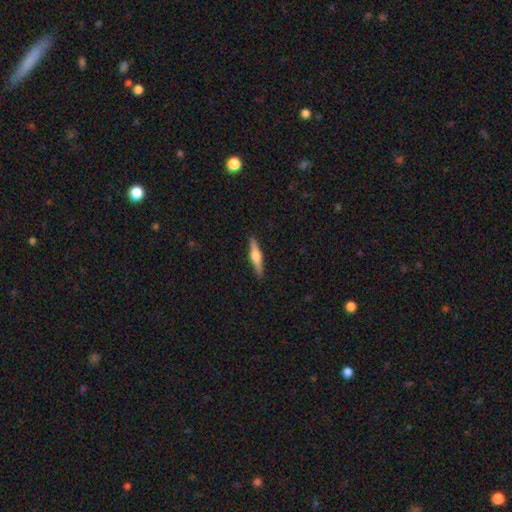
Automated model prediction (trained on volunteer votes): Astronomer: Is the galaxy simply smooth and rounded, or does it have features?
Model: featured or disk — 58% (runner-up: smooth, 37%).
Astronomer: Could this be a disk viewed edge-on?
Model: yes — 97%.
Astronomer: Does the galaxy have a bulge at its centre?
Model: rounded — 89%.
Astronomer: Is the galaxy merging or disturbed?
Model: none — 91%.